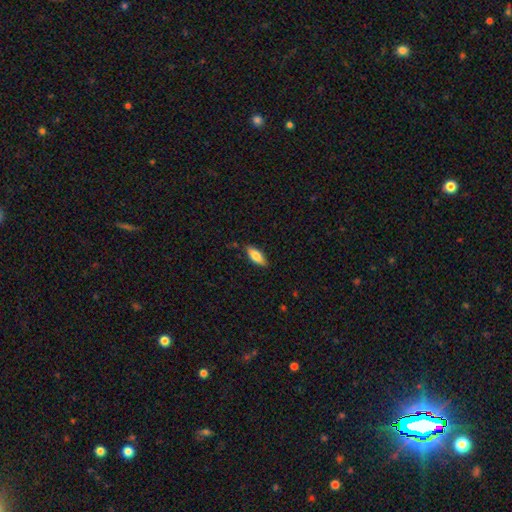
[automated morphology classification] Smooth or featured? Predicted: smooth (p=0.77). How rounded? Predicted: in between (p=0.74). Merging? Predicted: none (p=0.84).